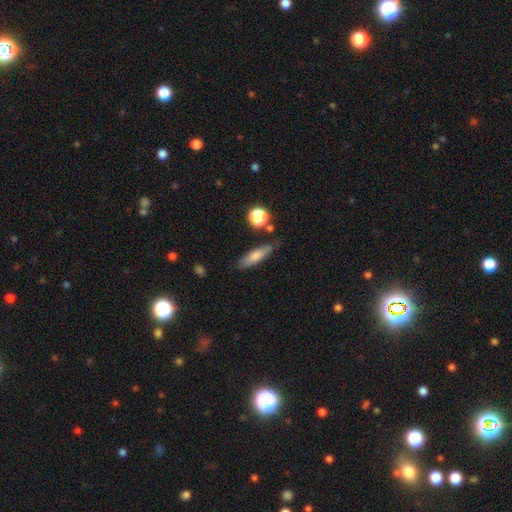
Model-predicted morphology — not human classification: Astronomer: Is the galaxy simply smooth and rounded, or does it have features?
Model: smooth — 72%.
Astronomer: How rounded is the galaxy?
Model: cigar-shaped — 59% (runner-up: in between, 38%).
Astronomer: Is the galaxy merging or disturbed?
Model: none — 70%.